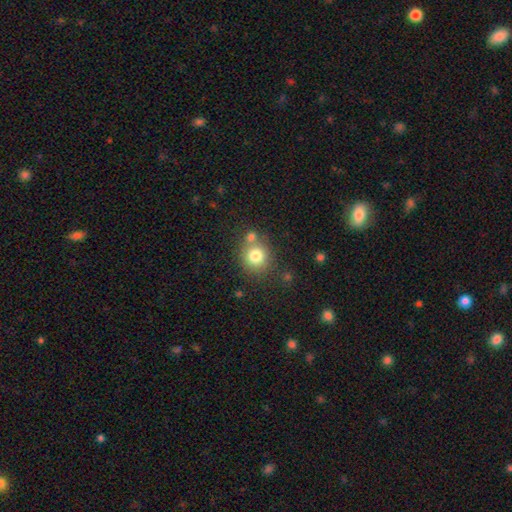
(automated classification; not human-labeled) Overall: smooth (78%). How rounded: round (84%). Merging: none (65%).